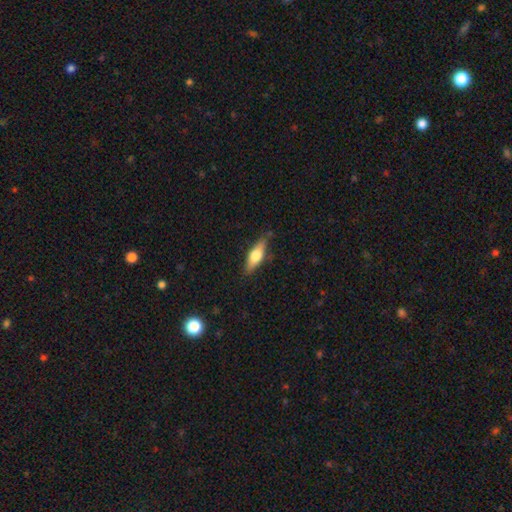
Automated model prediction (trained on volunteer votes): Q: Smooth or featured?
A: smooth (56%); runner-up: featured or disk (38%)
Q: How rounded?
A: in between (49%); runner-up: cigar-shaped (48%)
Q: Merging?
A: none (80%); runner-up: minor disturbance (16%)